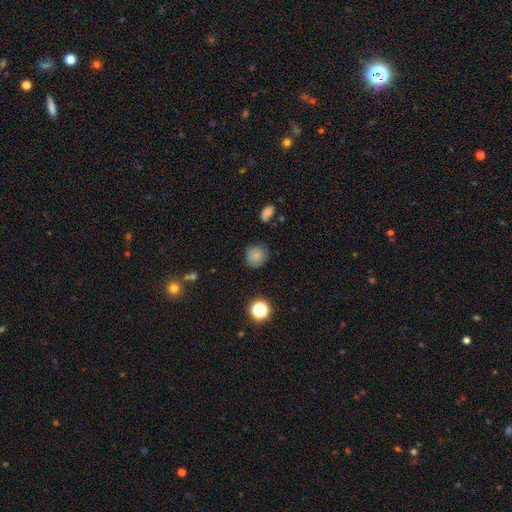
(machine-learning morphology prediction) type=smooth (80%); roundness=round (90%); merging=none (81%).